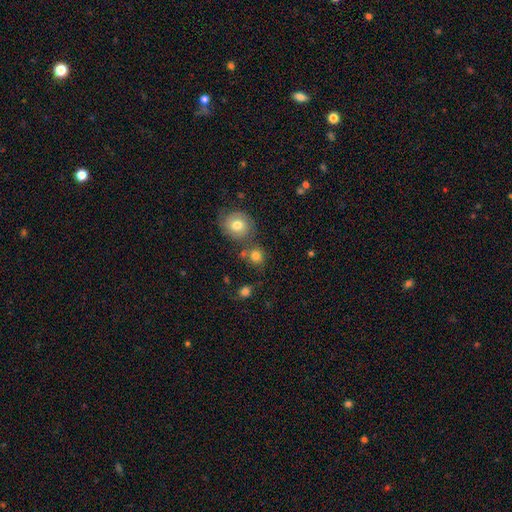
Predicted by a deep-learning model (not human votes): This is clearly a smooth galaxy (81%). How rounded: clearly round (84%). Merging: likely none (66%).